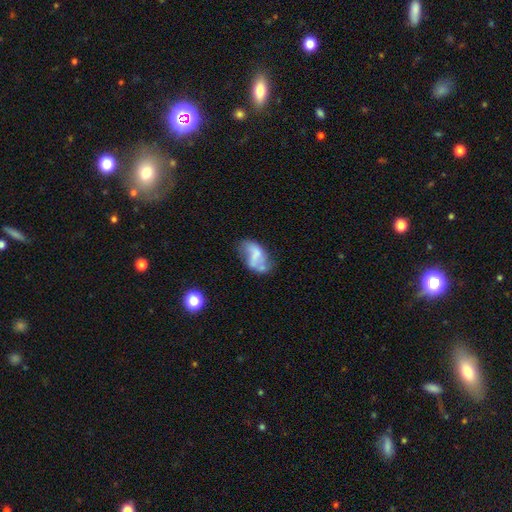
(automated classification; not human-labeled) This is possibly a featured or disk galaxy (49%). Merging: marginally none (35%).